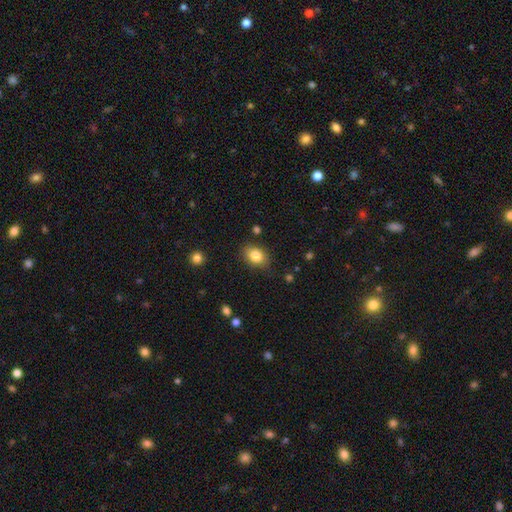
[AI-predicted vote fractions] Smooth or featured: smooth — 83% (star or artifact — 9%)
How rounded: in between — 70% (round — 29%)
Merging: none — 81% (minor disturbance — 14%)